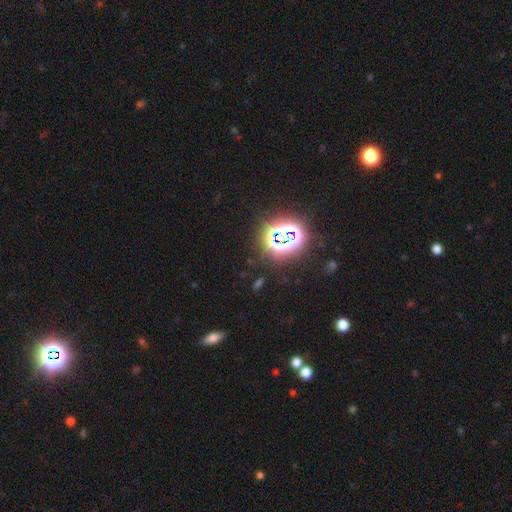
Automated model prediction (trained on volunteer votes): Morphology: type=star or artifact (81%).